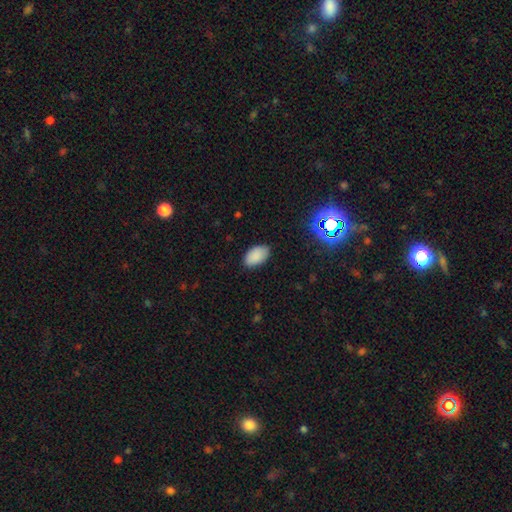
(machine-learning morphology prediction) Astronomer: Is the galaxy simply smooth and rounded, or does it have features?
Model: smooth — 87%.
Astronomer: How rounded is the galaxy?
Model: in between — 94%.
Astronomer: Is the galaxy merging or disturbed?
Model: none — 84%.